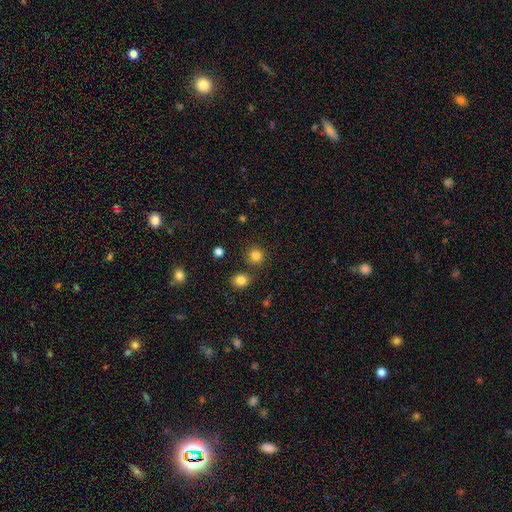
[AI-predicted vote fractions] Overall: smooth (83%). How rounded: round (91%). Merging: none (81%).